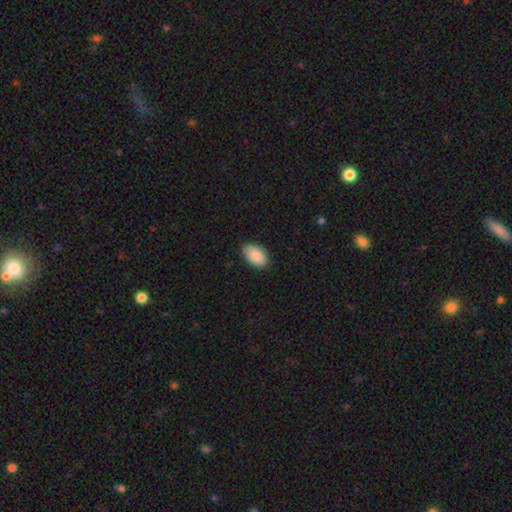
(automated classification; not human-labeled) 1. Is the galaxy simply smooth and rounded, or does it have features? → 89% smooth, 6% star or artifact, 5% featured or disk.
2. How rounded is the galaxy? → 93% in between, 6% round, 1% cigar-shaped.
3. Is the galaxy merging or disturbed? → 84% none, 13% minor disturbance, 2% major disturbance, 1% merger.